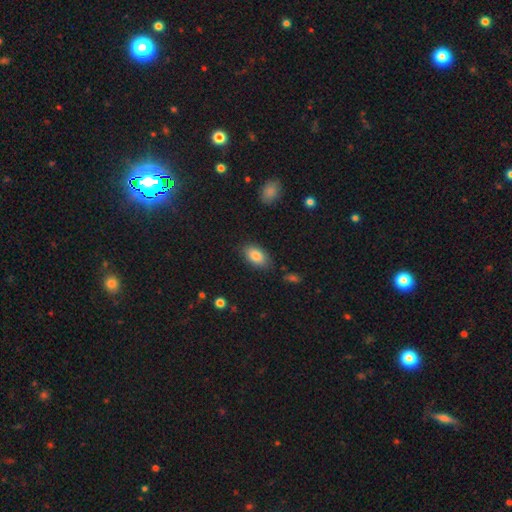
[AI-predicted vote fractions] Morphology: type=smooth (84%); roundness=in between (91%); merging=none (82%).